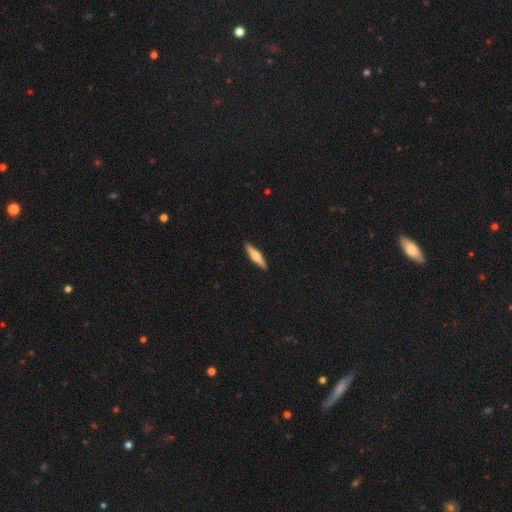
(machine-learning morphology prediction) featured or disk 52%, smooth 42%, star or artifact 5%. Down the decision tree: edge-on disk — yes (96%); edge-on bulge — rounded (91%); merging — none (91%).